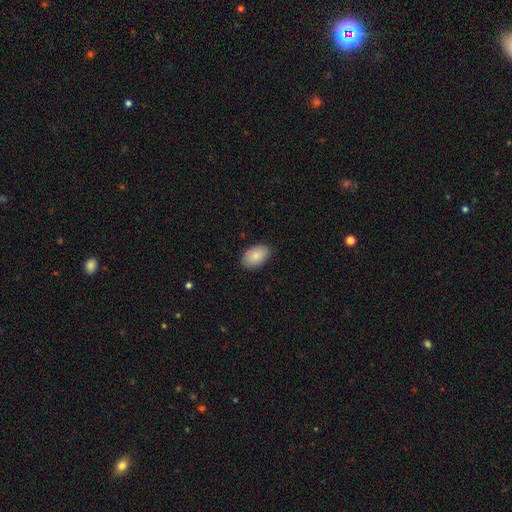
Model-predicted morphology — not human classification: type=smooth (87%); roundness=in between (93%); merging=none (86%).